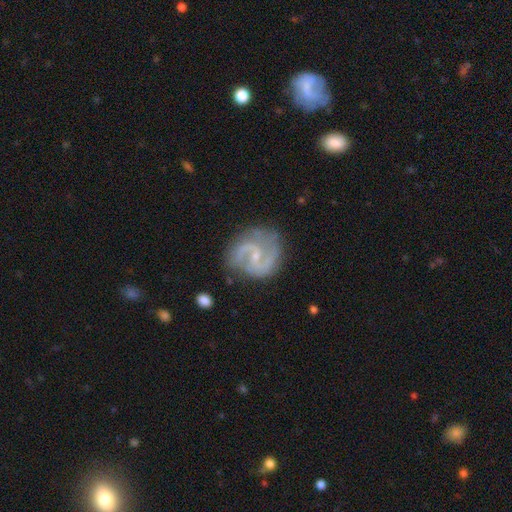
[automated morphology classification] The model was most divided on "bar": weak: 52%, no: 34%, strong: 14%. More confident: edge-on disk — no (98%); spiral arms — yes (97%); spiral arm count — 2 (88%); smooth or featured — featured or disk (88%); merging — none (73%); bulge size — small (73%); spiral winding — medium (57%).